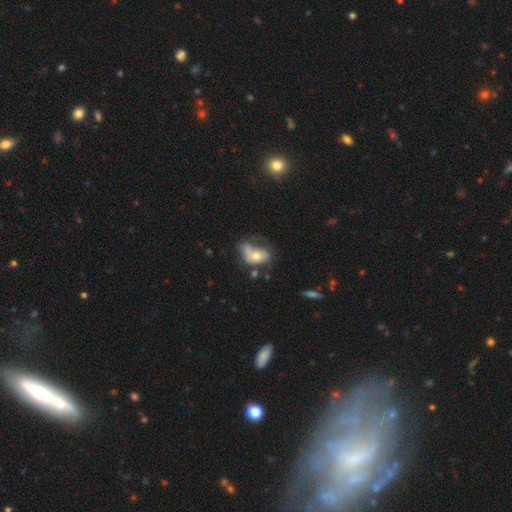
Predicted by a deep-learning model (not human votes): Q: Smooth or featured?
A: smooth (53%); runner-up: featured or disk (38%)
Q: How rounded?
A: in between (83%); runner-up: round (14%)
Q: Merging?
A: major disturbance (39%); runner-up: minor disturbance (29%)